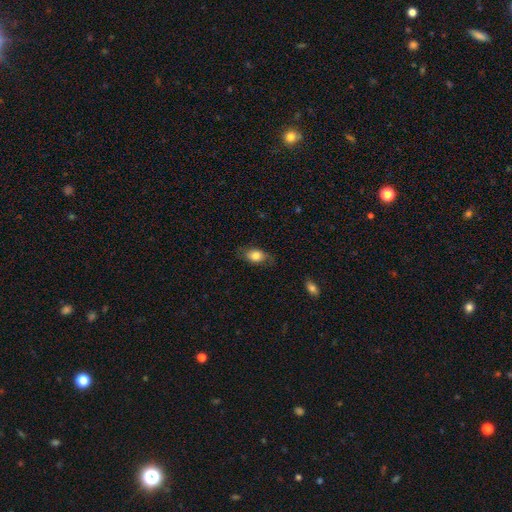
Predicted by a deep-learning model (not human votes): This appears to be a smooth galaxy with no disk features (76%) that is in between round and cigar-shaped (84%). Merging: none (72%).